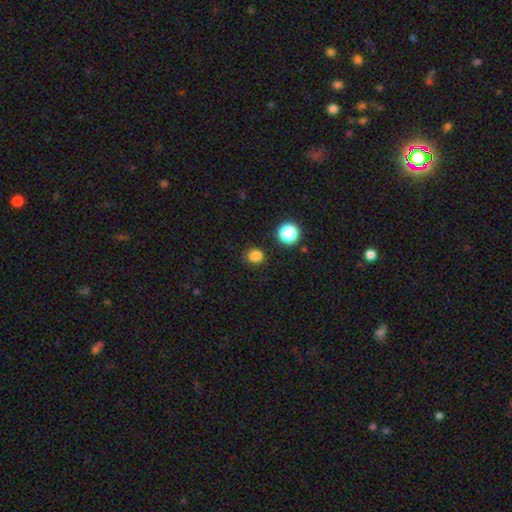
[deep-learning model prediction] Overall: smooth (78%). How rounded: round (62%; in between 37%). Merging: none (75%).